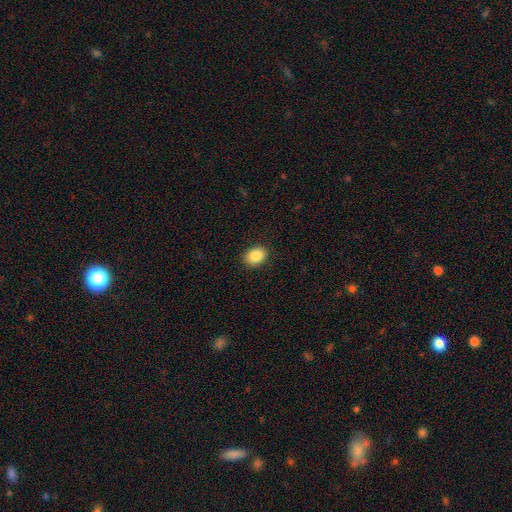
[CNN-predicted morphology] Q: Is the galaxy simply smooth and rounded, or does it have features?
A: smooth — 87%.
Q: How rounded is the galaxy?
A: in between — 65%.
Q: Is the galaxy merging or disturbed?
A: none — 89%.